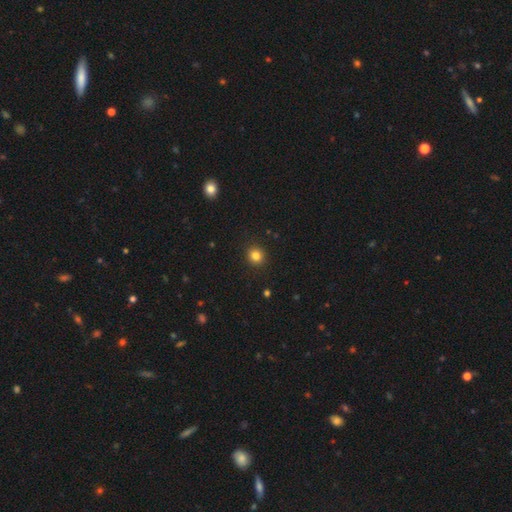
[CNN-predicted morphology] smooth 82%, star or artifact 13%, featured or disk 5%. Down the decision tree: how rounded — round (89%); merging — none (92%).